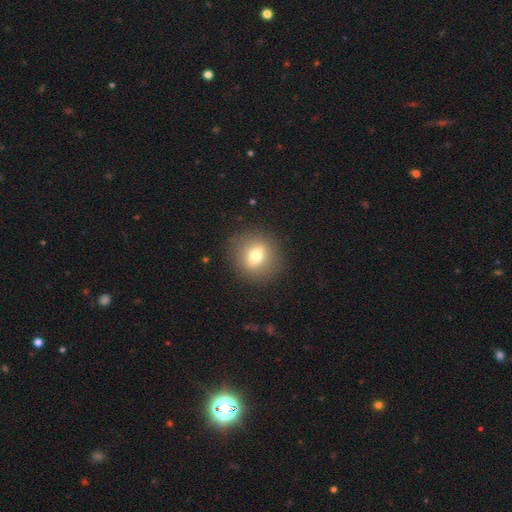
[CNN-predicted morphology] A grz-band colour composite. It shows a smooth galaxy with no disk features (67%) that is round (78%). Merging: none (87%).